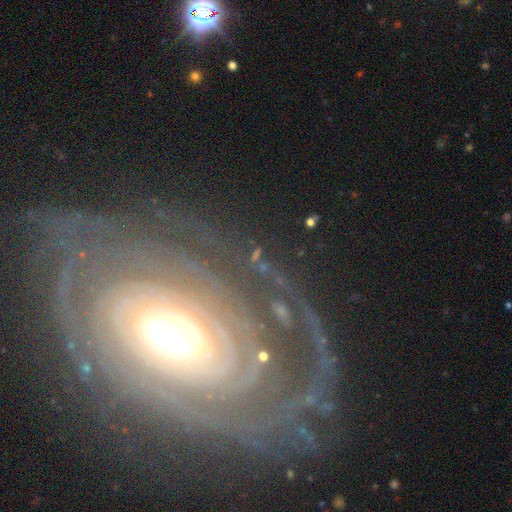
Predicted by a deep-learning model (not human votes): Smooth or featured: featured or disk — 56% (star or artifact — 25%)
Edge-on disk: no — 85% (yes — 15%)
Merging: none — 75% (minor disturbance — 12%)